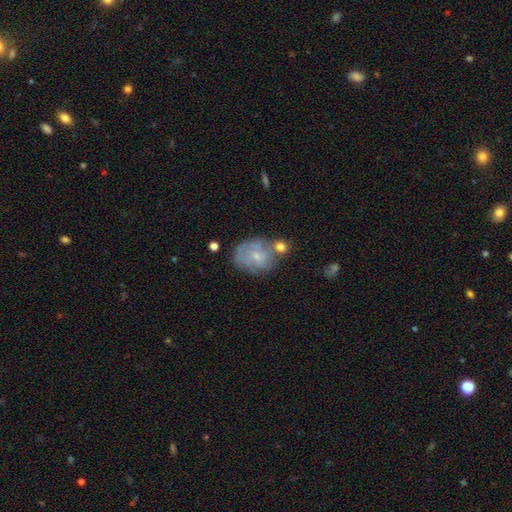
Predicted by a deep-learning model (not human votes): Smooth or featured?
  - featured or disk: 53% *
  - smooth: 38%
  - star or artifact: 10%
Edge-on disk?
  - no: 97% *
  - yes: 3%
Bar?
  - no: 79% *
  - weak: 19%
  - strong: 3%
Spiral arms?
  - yes: 58% *
  - no: 42%
Bulge size?
  - small: 72% *
  - moderate: 19%
  - none: 7%
  - large: 1%
  - dominant: 1%
Merging?
  - none: 46% *
  - minor disturbance: 24%
  - merger: 16%
  - major disturbance: 14%